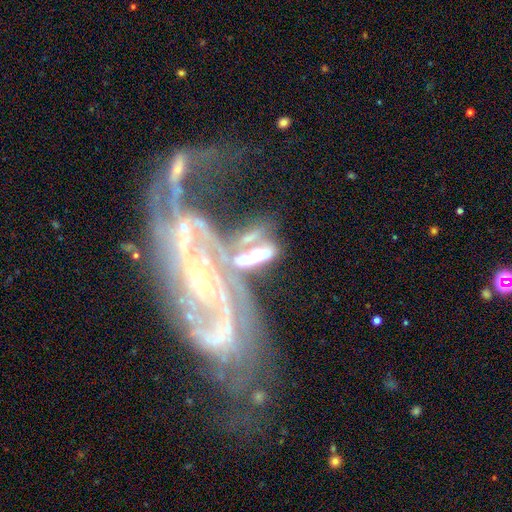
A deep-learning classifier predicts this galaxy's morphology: Q: Smooth or featured?
A: featured or disk (62%); runner-up: smooth (27%)
Q: Edge-on disk?
A: no (75%); runner-up: yes (25%)
Q: Merging?
A: merger (57%); runner-up: none (17%)